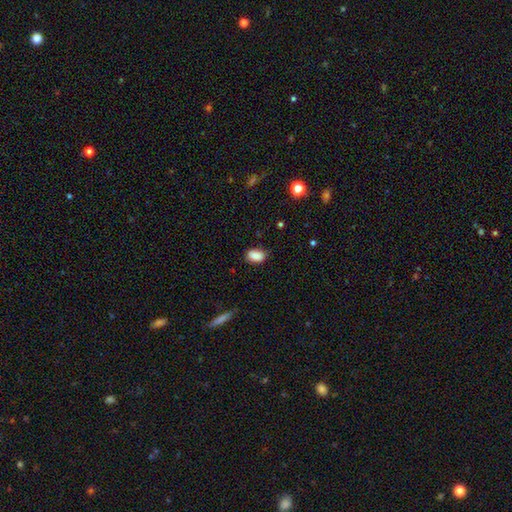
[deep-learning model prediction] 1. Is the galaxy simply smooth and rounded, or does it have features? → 88% smooth, 8% star or artifact, 4% featured or disk.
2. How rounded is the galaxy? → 88% in between, 11% round, 2% cigar-shaped.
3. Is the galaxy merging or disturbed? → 79% none, 16% minor disturbance, 3% major disturbance, 1% merger.